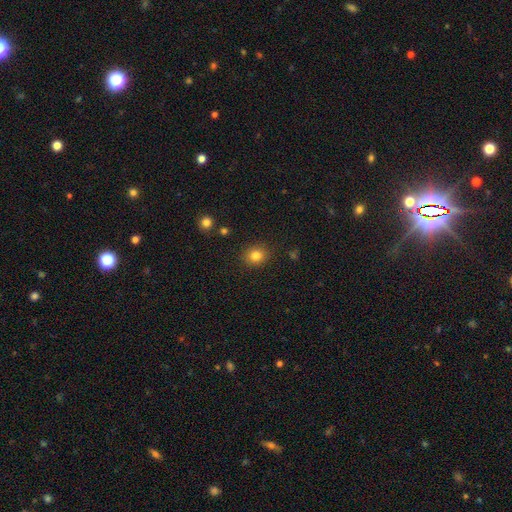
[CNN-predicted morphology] Smooth or featured: smooth — 82% (star or artifact — 11%)
How rounded: round — 75% (in between — 24%)
Merging: none — 88% (minor disturbance — 8%)